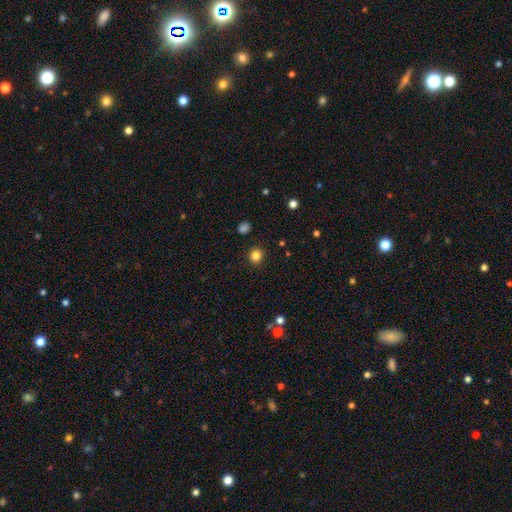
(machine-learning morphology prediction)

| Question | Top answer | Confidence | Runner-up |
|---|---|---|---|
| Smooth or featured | smooth | 83% | star or artifact (13%) |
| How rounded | round | 91% | in between (8%) |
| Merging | none | 91% | minor disturbance (5%) |